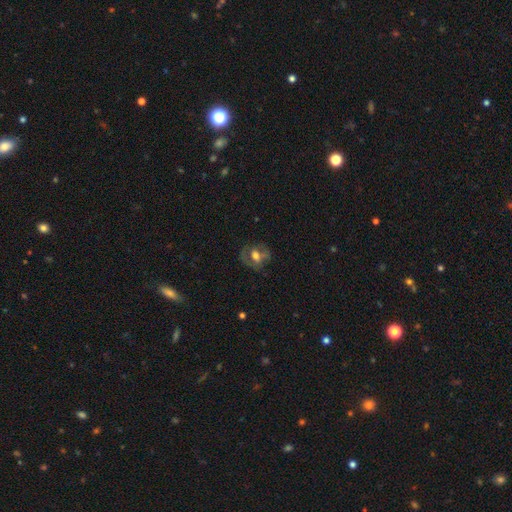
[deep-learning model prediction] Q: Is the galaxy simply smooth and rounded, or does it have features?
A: featured or disk — 55%.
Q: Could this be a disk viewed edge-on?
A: no — 93%.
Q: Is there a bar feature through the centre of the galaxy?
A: no — 48%.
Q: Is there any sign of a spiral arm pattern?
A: no — 56%.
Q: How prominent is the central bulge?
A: moderate — 61%.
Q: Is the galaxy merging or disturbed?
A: none — 63%.